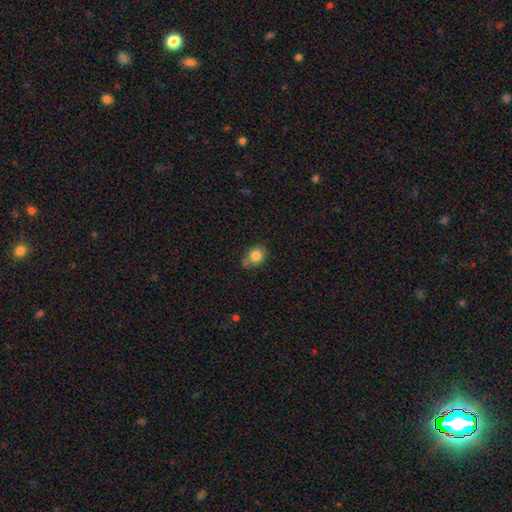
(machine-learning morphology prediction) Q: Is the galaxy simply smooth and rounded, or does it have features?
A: smooth — 82%.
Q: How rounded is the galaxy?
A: round — 64%.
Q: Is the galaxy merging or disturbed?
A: none — 58%.